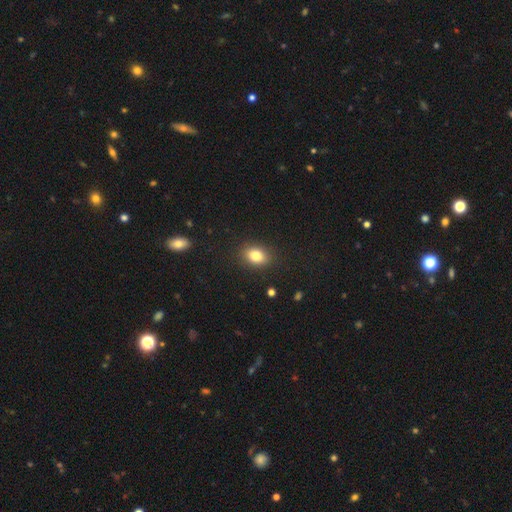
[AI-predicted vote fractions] A smooth galaxy with no disk features (84%) that is in between round and cigar-shaped (73%).

Vote fractions:
- Smooth or featured? smooth: 84% / star or artifact: 9% / featured or disk: 7%
- How rounded? in between: 73% / round: 26% / cigar-shaped: 1%
- Merging? none: 87% / minor disturbance: 9% / major disturbance: 3% / merger: 1%